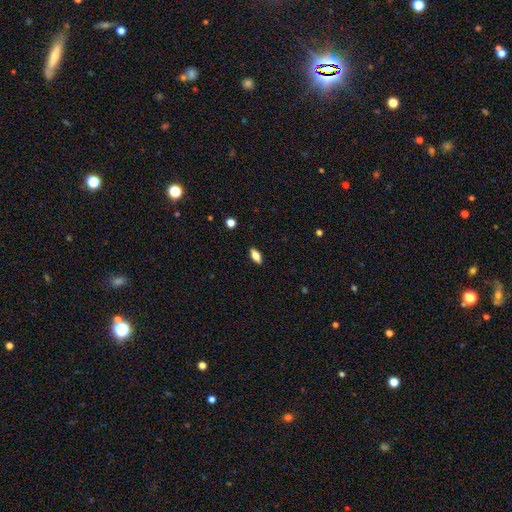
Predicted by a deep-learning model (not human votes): A smooth galaxy with no disk features (78%) that is in between round and cigar-shaped (84%).

Vote fractions:
- Smooth or featured? smooth: 78% / featured or disk: 14% / star or artifact: 8%
- How rounded? in between: 84% / cigar-shaped: 13% / round: 3%
- Merging? none: 89% / minor disturbance: 8% / major disturbance: 2% / merger: 1%